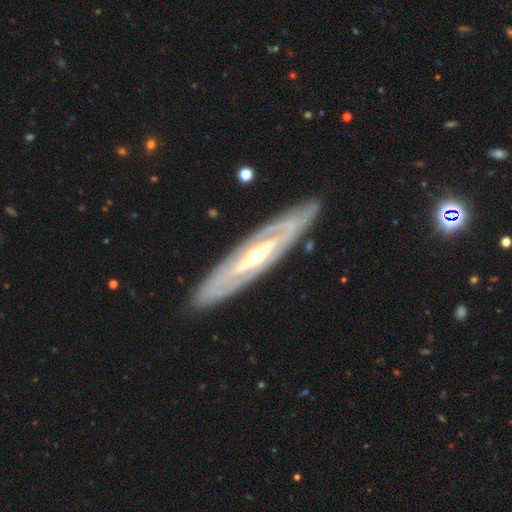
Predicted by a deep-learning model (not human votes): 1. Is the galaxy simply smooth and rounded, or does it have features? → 84% featured or disk, 11% smooth, 5% star or artifact.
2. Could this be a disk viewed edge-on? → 66% no, 34% yes.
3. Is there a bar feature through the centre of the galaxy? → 46% no, 30% weak, 25% strong.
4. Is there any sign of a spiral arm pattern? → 69% yes, 31% no.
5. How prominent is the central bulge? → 52% moderate, 43% small, 3% large, 1% dominant, 1% none.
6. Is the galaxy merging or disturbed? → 86% none, 10% minor disturbance, 3% major disturbance, 1% merger.